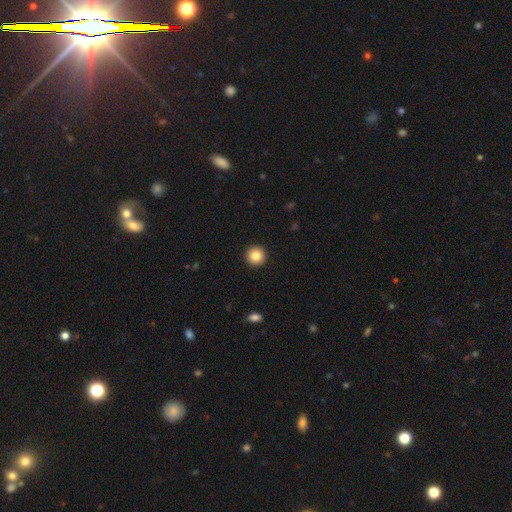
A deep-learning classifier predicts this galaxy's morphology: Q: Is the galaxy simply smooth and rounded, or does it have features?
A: smooth — 85%.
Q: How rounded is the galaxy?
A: round — 96%.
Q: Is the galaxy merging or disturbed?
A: none — 94%.